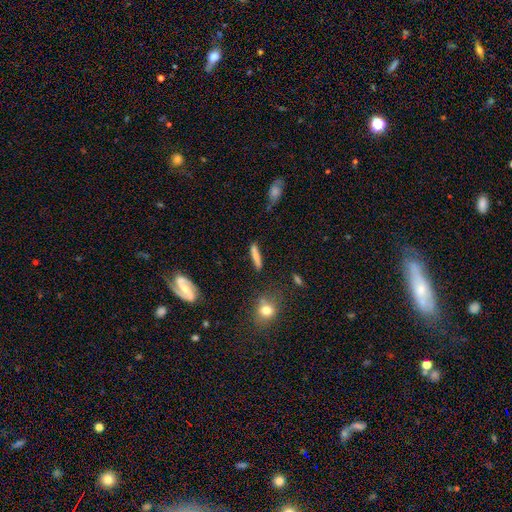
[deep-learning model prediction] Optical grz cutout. It shows a smooth galaxy with no disk features (72%) that is cigar-shaped (87%). Merging: none (78%).